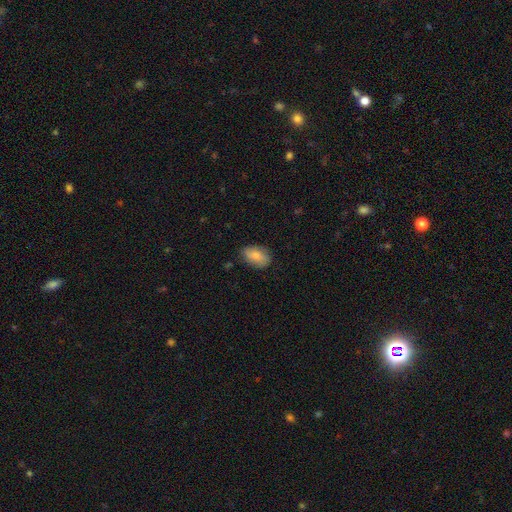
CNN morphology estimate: type=smooth (78%); roundness=in between (88%); merging=none (76%).